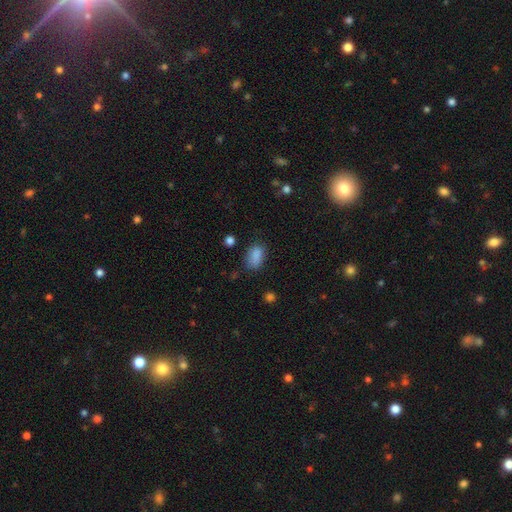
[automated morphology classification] smooth 84%, star or artifact 11%, featured or disk 5%. Down the decision tree: how rounded — in between (87%); merging — none (67%).